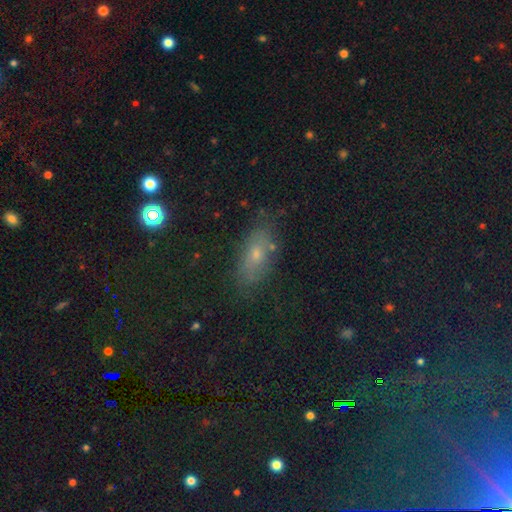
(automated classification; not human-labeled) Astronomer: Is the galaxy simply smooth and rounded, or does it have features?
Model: smooth — 60%.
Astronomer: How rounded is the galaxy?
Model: in between — 79%.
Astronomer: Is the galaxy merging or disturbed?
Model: none — 74%.